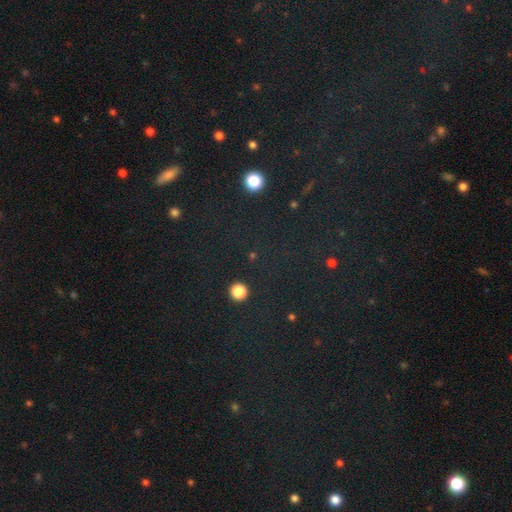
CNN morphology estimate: Overall: star or artifact (74%).